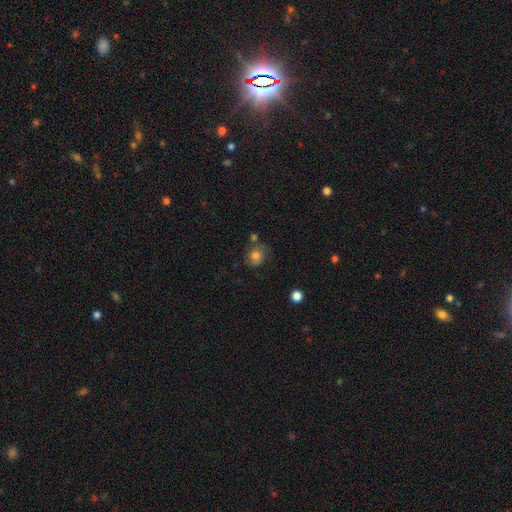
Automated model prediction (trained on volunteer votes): Smooth or featured?
  - smooth: 77% *
  - featured or disk: 12%
  - star or artifact: 11%
How rounded?
  - round: 65% *
  - in between: 34%
  - cigar-shaped: 1%
Merging?
  - none: 59% *
  - minor disturbance: 22%
  - merger: 10%
  - major disturbance: 8%